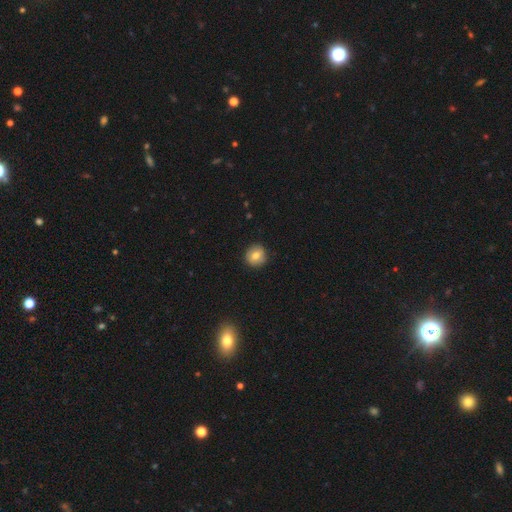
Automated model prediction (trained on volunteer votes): smooth_or_featured: smooth (p=0.71) [alt: featured or disk p=0.20]
how_rounded: round (p=0.89) [alt: in between p=0.10]
merging: none (p=0.87) [alt: minor disturbance p=0.10]